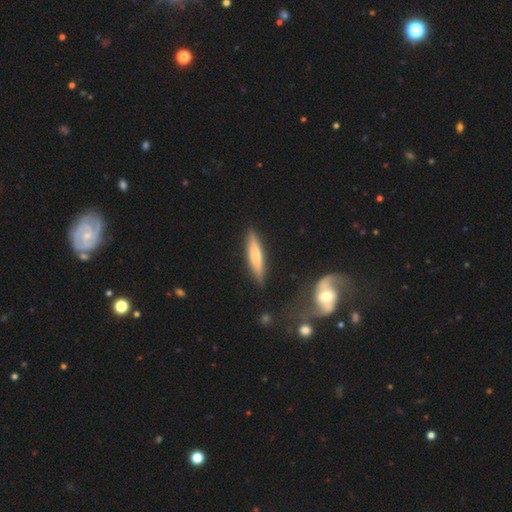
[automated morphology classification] type=smooth (56%); roundness=cigar-shaped (86%); merging=none (87%).